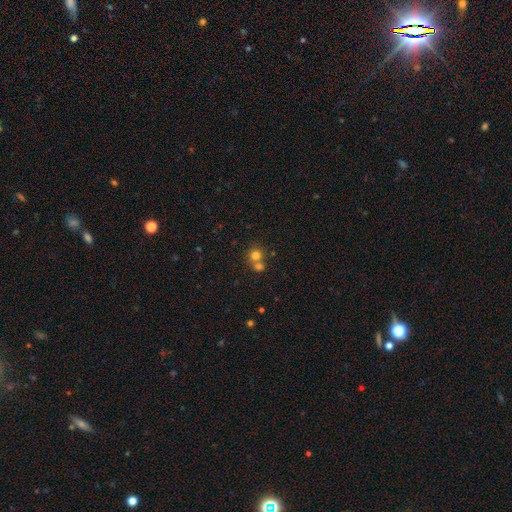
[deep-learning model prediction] Smooth or featured? Predicted: smooth (p=0.75). How rounded? Predicted: round (p=0.86). Merging? Predicted: none (p=0.46, tied with merger).